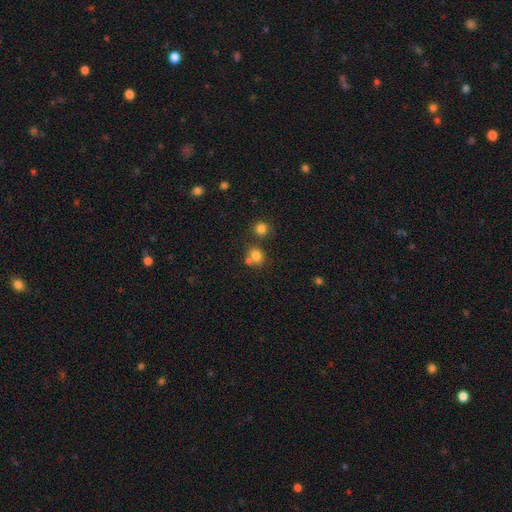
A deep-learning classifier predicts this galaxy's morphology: The model was most divided on "merging": none: 53%, merger: 33%, minor disturbance: 10%, major disturbance: 4%. More confident: smooth or featured — smooth (78%); how rounded — round (71%).